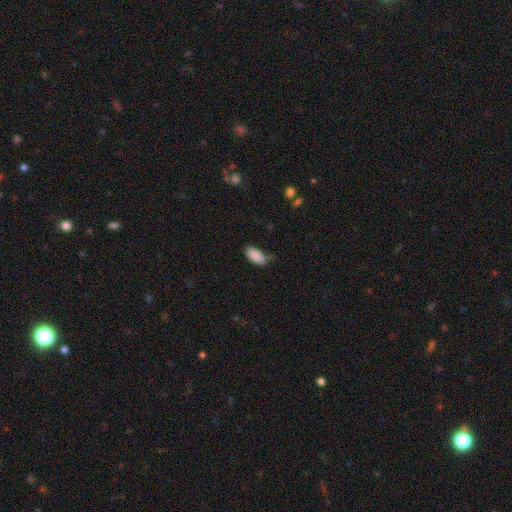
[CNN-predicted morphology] type=smooth (89%); roundness=in between (92%); merging=none (66%).